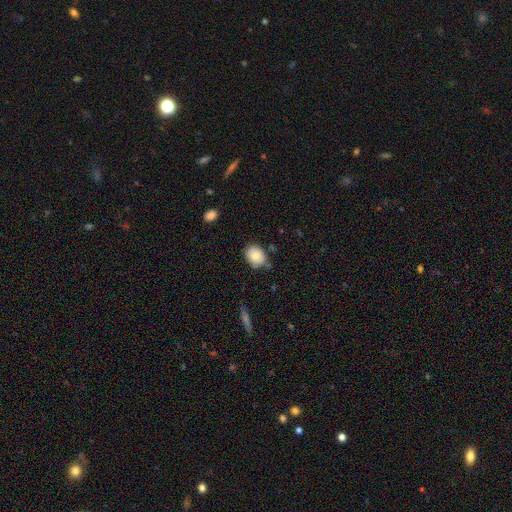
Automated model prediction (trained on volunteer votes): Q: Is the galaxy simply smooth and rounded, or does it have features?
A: smooth — 79%.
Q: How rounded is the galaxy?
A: in between — 57%.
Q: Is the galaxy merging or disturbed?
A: none — 73%.